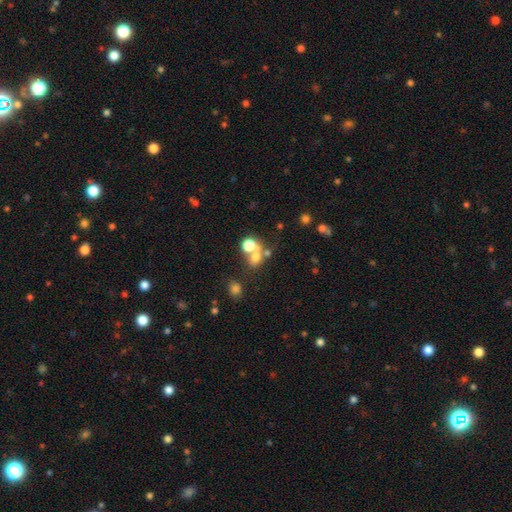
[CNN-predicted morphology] The model was most divided on "merging": merger: 48%, none: 36%, minor disturbance: 8%, major disturbance: 7%. More confident: how rounded — round (68%); smooth or featured — smooth (61%).